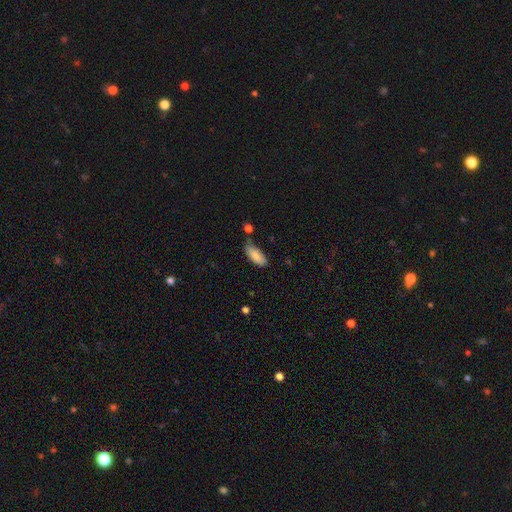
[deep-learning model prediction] A smooth galaxy with no disk features (85%) that is in between round and cigar-shaped (79%). Merging: none (65%).